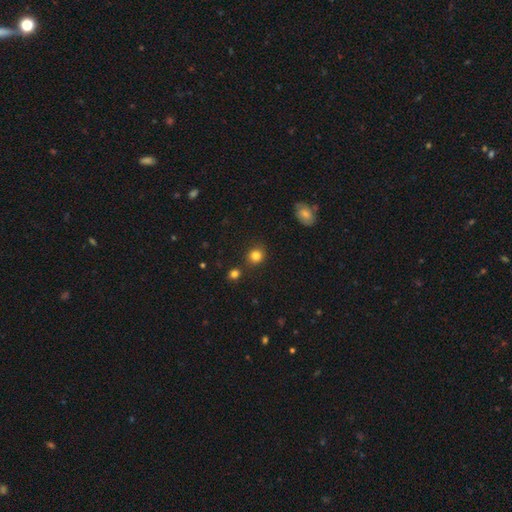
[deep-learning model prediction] The model was most divided on "how rounded": round: 83%, in between: 16%, cigar-shaped: 1%. More confident: merging — none (83%); smooth or featured — smooth (82%).